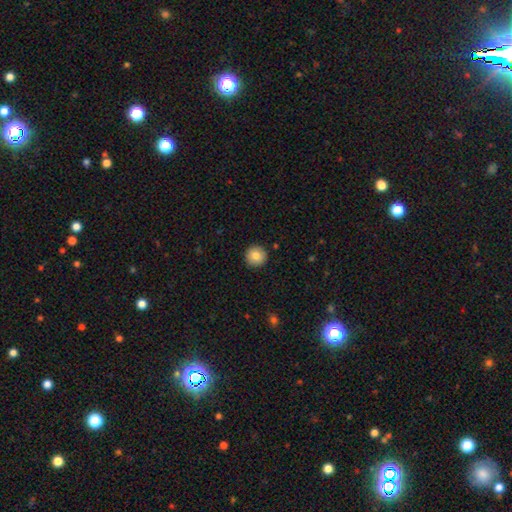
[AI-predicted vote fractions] A smooth galaxy with no disk features (82%) that is round (96%). Merging: none (92%).